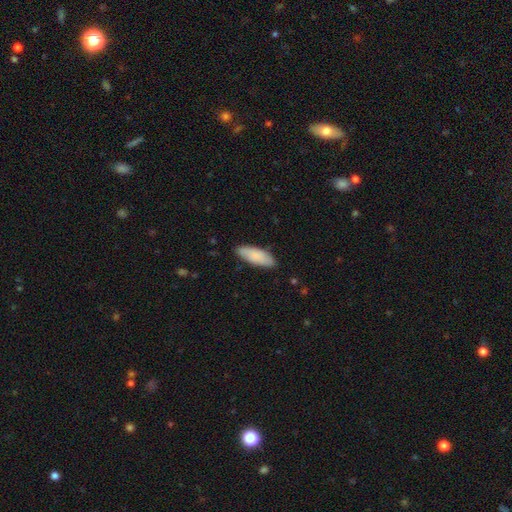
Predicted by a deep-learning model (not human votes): Q: Smooth or featured?
A: smooth (86%); runner-up: featured or disk (9%)
Q: How rounded?
A: in between (70%); runner-up: cigar-shaped (28%)
Q: Merging?
A: none (85%); runner-up: minor disturbance (12%)